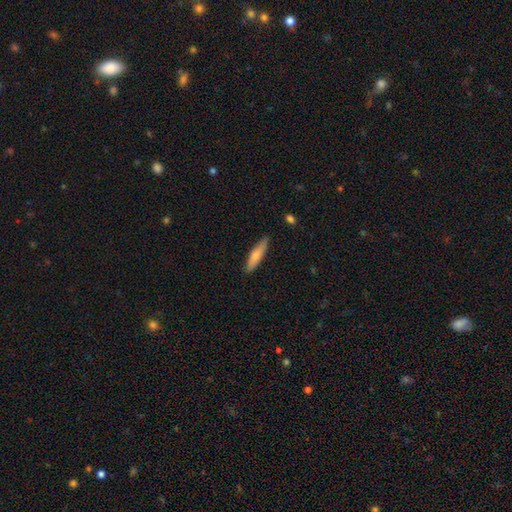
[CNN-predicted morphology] Smooth or featured? smooth (72%)
How rounded? cigar-shaped (73%)
Merging? none (84%)